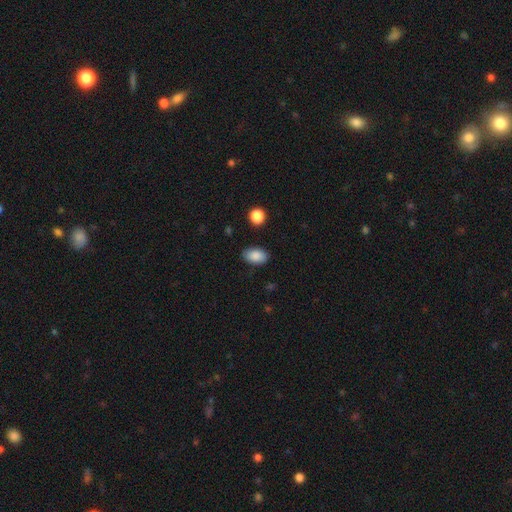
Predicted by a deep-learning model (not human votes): Smooth or featured?
  - smooth: 88% *
  - star or artifact: 8%
  - featured or disk: 4%
How rounded?
  - in between: 90% *
  - round: 8%
  - cigar-shaped: 1%
Merging?
  - none: 85% *
  - minor disturbance: 11%
  - major disturbance: 3%
  - merger: 1%